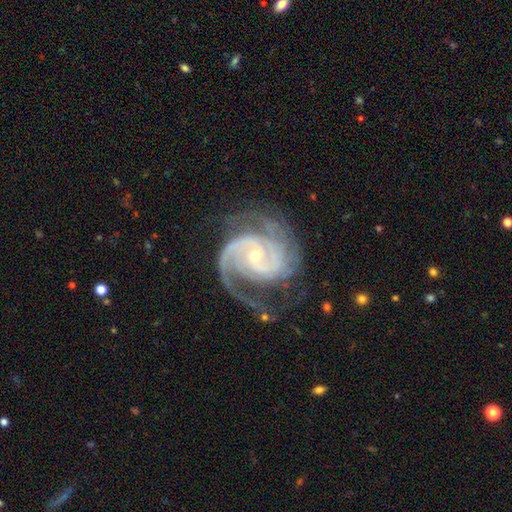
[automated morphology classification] type=featured or disk (93%); edge-on=no (98%); bar=no (54%); spiral arms=yes (98%); winding=tight (49%); arm count=2 (59%); bulge=small (64%); merging=none (65%).